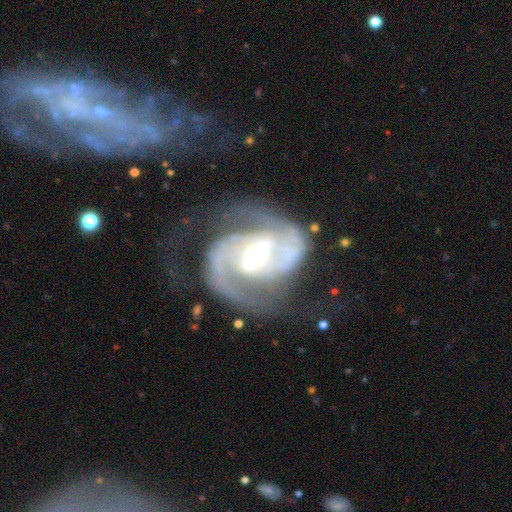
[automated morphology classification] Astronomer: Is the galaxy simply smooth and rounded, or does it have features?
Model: featured or disk — 92%.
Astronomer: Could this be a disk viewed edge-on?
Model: no — 98%.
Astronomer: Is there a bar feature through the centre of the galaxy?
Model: weak — 42% (runner-up: strong, 32%).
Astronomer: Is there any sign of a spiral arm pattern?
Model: yes — 98%.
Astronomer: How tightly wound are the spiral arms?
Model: medium — 53% (runner-up: tight, 33%).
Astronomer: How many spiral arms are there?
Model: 2 — 85%.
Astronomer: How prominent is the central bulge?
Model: small — 50% (runner-up: moderate, 45%).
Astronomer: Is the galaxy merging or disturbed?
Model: none — 59%.